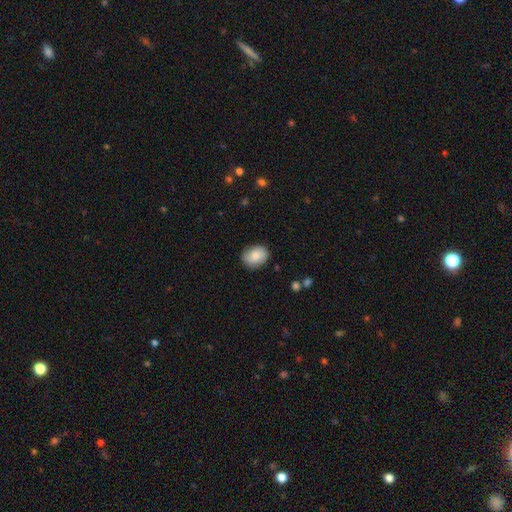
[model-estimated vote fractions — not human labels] Morphology: type=smooth (78%); roundness=in between (69%); merging=none (83%).